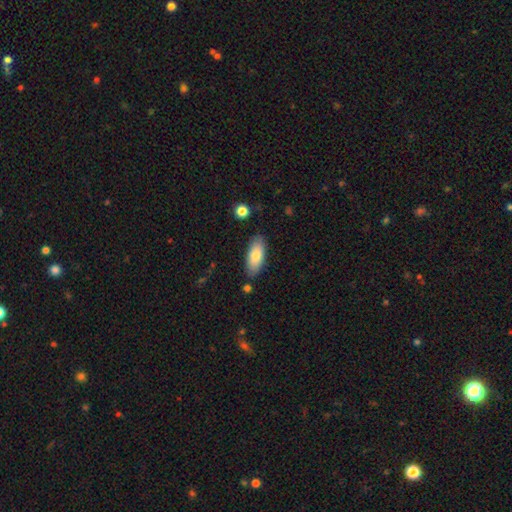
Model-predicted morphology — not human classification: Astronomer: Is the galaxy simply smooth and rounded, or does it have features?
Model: smooth — 81%.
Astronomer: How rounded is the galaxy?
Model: in between — 83%.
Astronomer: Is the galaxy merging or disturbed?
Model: none — 82%.